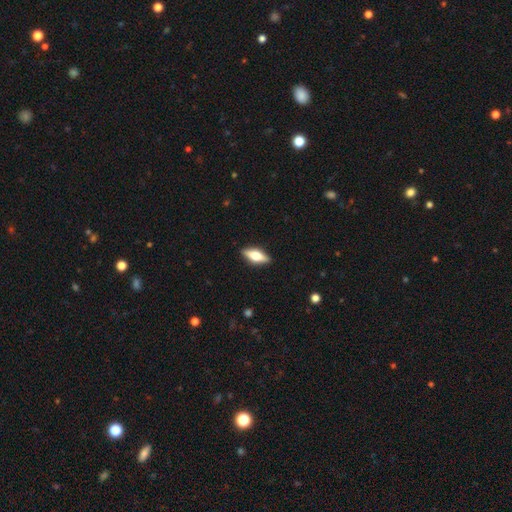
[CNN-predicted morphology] Smooth or featured: smooth — 49% (featured or disk — 45%)
Merging: none — 89% (minor disturbance — 8%)